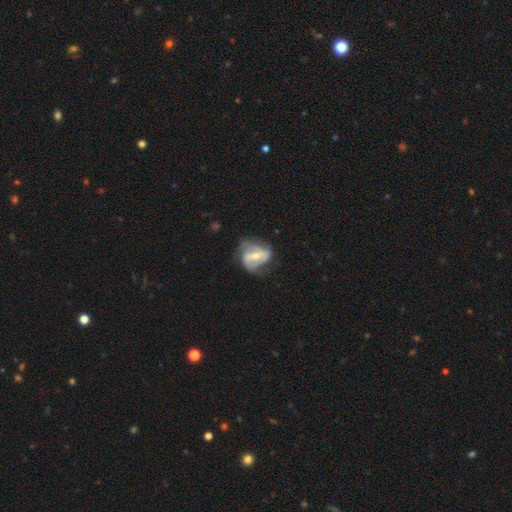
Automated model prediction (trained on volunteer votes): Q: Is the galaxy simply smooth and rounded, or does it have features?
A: featured or disk — 76%.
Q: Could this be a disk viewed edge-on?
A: no — 96%.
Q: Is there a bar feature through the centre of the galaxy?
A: strong — 47%.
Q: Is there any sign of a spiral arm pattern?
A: yes — 80%.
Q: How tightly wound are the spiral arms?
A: medium — 42%.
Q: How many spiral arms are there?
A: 2 — 67%.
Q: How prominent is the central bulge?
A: moderate — 55%.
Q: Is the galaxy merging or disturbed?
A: none — 52%.